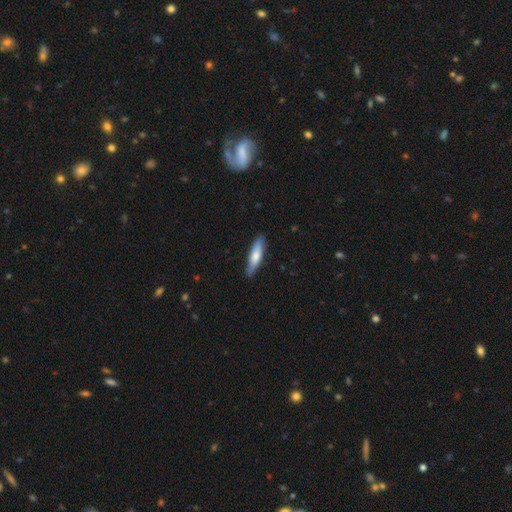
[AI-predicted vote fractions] This appears to be a smooth galaxy with no disk features (68%) that is cigar-shaped (74%). Merging: none (86%).